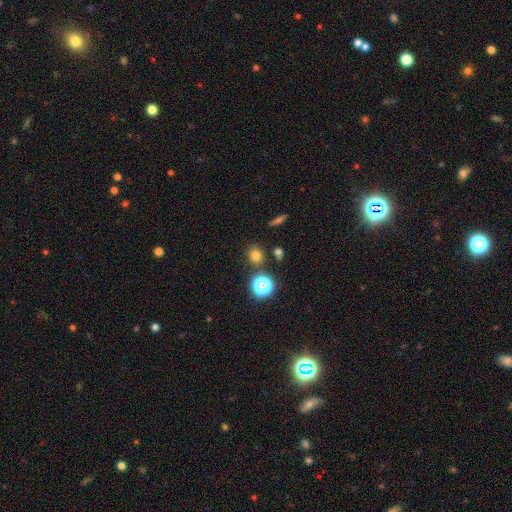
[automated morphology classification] Smooth or featured? Predicted: smooth (p=0.74). How rounded? Predicted: round (p=0.85). Merging? Predicted: none (p=0.83).